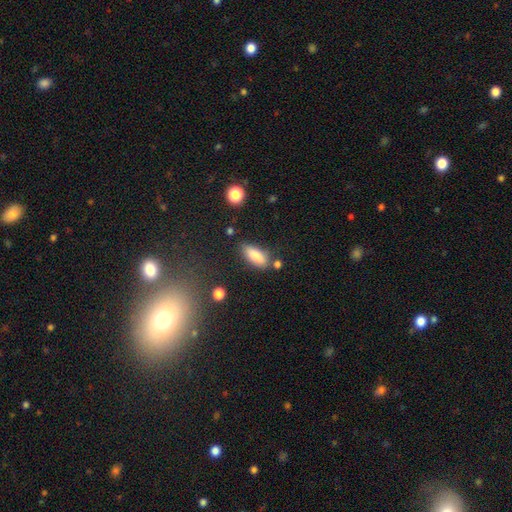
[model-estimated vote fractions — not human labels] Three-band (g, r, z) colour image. It shows a smooth galaxy with no disk features (85%) that is in between round and cigar-shaped (77%). Merging: none (72%).